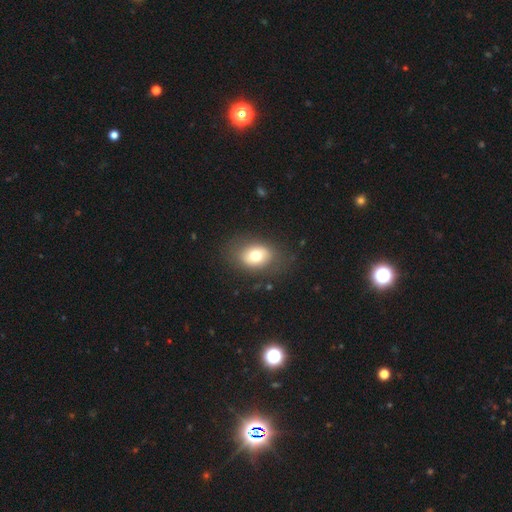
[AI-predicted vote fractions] Morphology: type=smooth (70%); roundness=in between (71%); merging=none (79%).